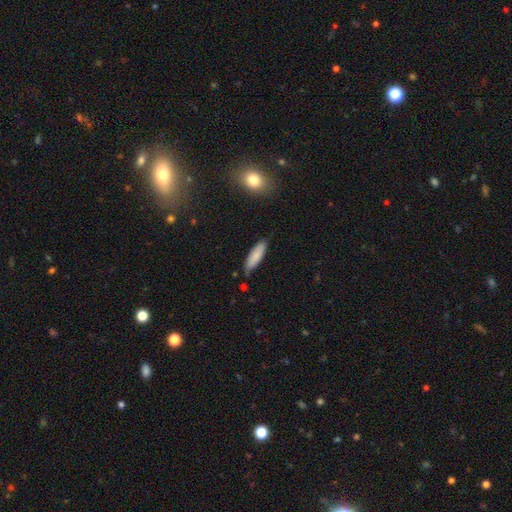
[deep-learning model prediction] This is clearly a smooth galaxy (82%). How rounded: possibly cigar-shaped (55%). Merging: likely none (74%).